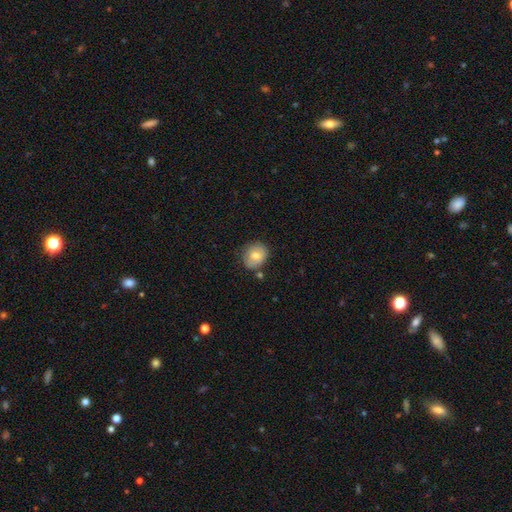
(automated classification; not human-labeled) Smooth or featured?
  - smooth: 71% *
  - featured or disk: 21%
  - star or artifact: 8%
How rounded?
  - round: 64% *
  - in between: 35%
  - cigar-shaped: 1%
Merging?
  - none: 74% *
  - minor disturbance: 18%
  - merger: 4%
  - major disturbance: 4%